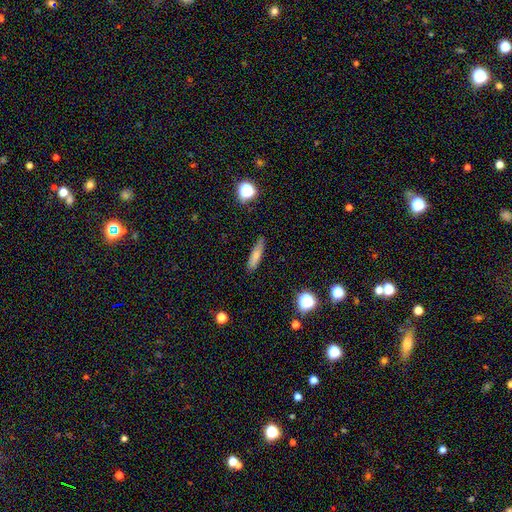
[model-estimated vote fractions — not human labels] Smooth or featured: smooth — 74% (featured or disk — 16%)
How rounded: cigar-shaped — 74% (in between — 23%)
Merging: none — 83% (minor disturbance — 13%)